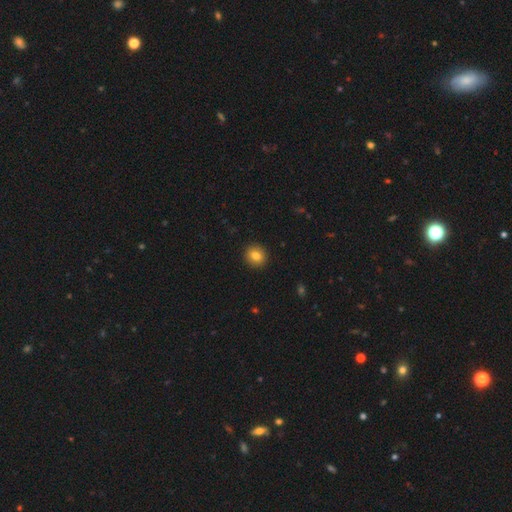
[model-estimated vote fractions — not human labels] This is clearly a smooth galaxy (82%). How rounded: clearly round (83%). Merging: clearly none (92%).